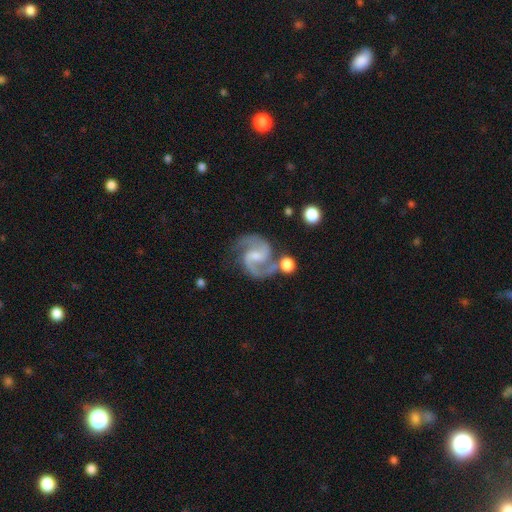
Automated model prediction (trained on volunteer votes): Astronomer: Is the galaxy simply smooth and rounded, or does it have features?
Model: featured or disk — 92%.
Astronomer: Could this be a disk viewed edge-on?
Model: no — 98%.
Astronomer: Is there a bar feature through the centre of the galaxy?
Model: weak — 51% (runner-up: no, 34%).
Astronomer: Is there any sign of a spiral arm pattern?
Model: yes — 98%.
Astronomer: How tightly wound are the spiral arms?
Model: medium — 67%.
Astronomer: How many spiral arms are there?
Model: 2 — 93%.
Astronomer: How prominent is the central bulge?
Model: small — 50% (runner-up: moderate, 37%).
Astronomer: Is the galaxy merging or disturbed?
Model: none — 67%.